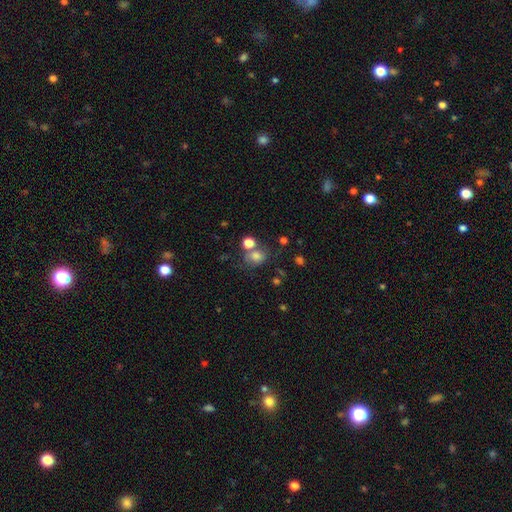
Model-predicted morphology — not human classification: smooth-or-featured: smooth: 72% | star or artifact: 15% | featured or disk: 13%
  how-rounded: round: 62% | in between: 37% | cigar-shaped: 1%
  merging: none: 51% | merger: 24% | minor disturbance: 16% | major disturbance: 9%